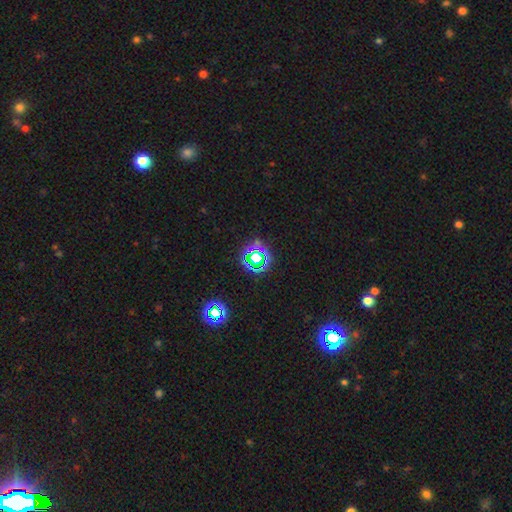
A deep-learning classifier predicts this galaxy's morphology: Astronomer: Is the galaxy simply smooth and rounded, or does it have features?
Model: star or artifact — 69%.